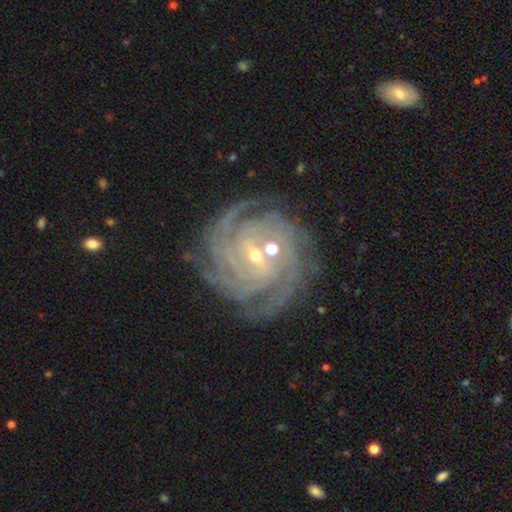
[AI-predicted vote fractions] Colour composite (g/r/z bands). It shows a featured or disk galaxy (88%) with a weak bar (46%), 4 (39%) tight (80%) spiral arms (98%) and a small central bulge (66%). Merging: none (74%).